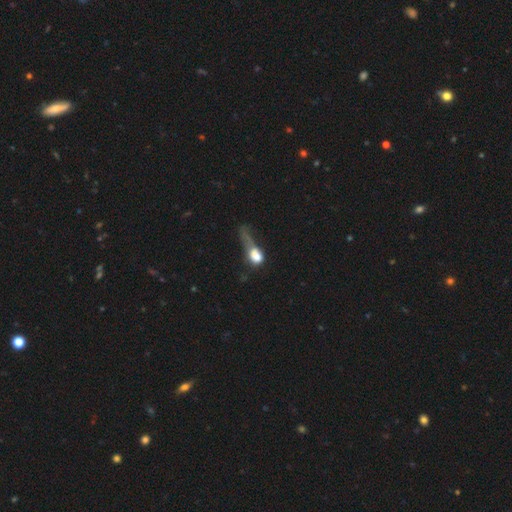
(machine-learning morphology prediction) Smooth or featured? Predicted: smooth (p=0.64). How rounded? Predicted: in between (p=0.66). Merging? Predicted: major disturbance (p=0.60).